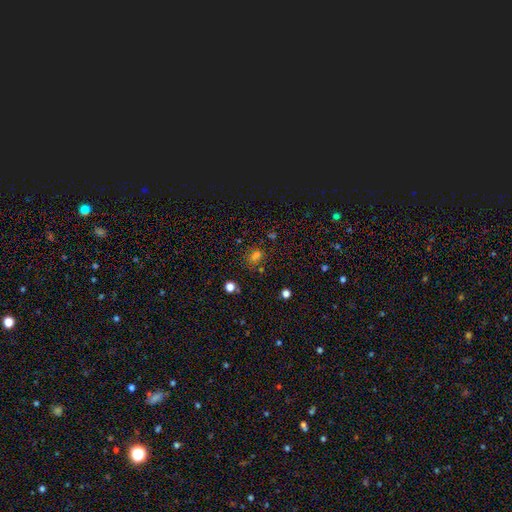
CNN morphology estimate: Smooth or featured?
  - smooth: 59% *
  - star or artifact: 32%
  - featured or disk: 9%
How rounded?
  - in between: 51% *
  - round: 46%
  - cigar-shaped: 3%
Merging?
  - none: 65% *
  - minor disturbance: 15%
  - merger: 14%
  - major disturbance: 7%